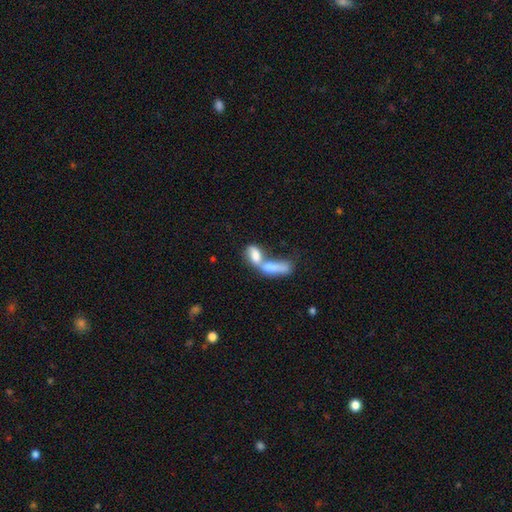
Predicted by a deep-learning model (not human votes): Smooth or featured? Predicted: smooth (p=0.69). How rounded? Predicted: in between (p=0.75). Merging? Predicted: merger (p=0.78).